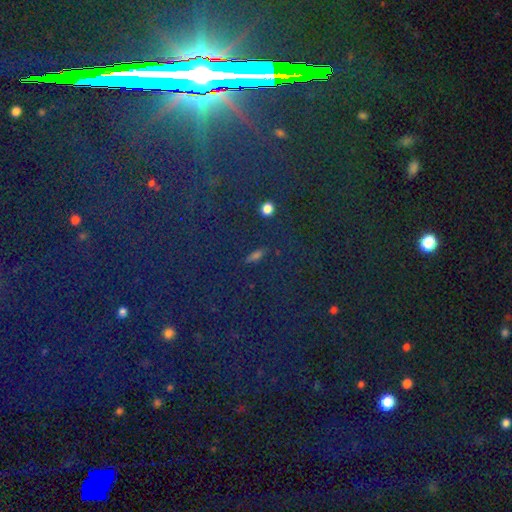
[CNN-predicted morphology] This is marginally a star or artifact rather than a galaxy (43%).